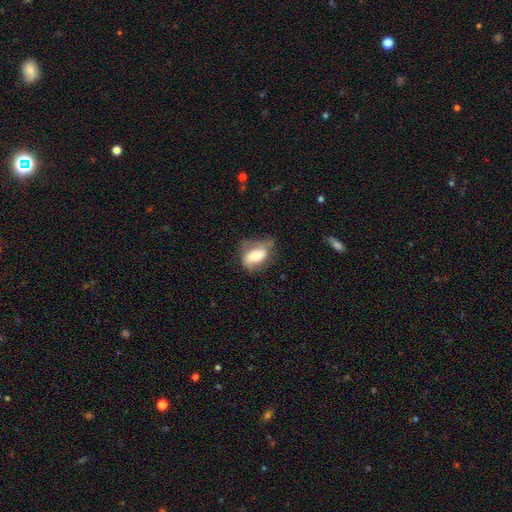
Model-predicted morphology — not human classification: smooth_or_featured: smooth (p=0.58) [alt: featured or disk p=0.35]
how_rounded: in between (p=0.85) [alt: round p=0.10]
merging: none (p=0.47) [alt: minor disturbance p=0.34]